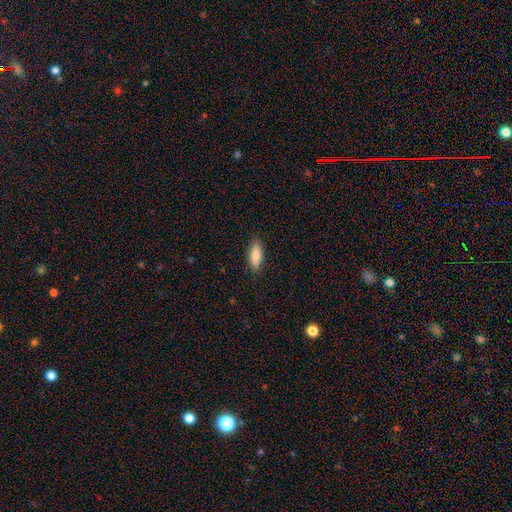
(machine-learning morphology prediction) Smooth or featured? Predicted: smooth (p=0.86). How rounded? Predicted: in between (p=0.70). Merging? Predicted: none (p=0.88).